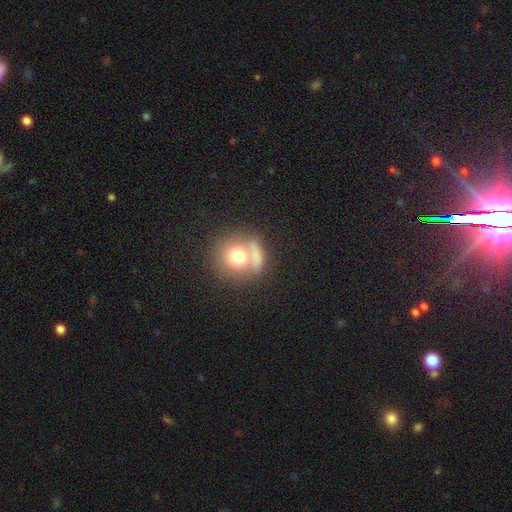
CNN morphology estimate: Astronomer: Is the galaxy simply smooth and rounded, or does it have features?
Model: smooth — 71%.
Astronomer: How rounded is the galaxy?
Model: round — 83%.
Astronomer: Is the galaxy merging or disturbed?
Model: none — 48% (runner-up: merger, 32%).